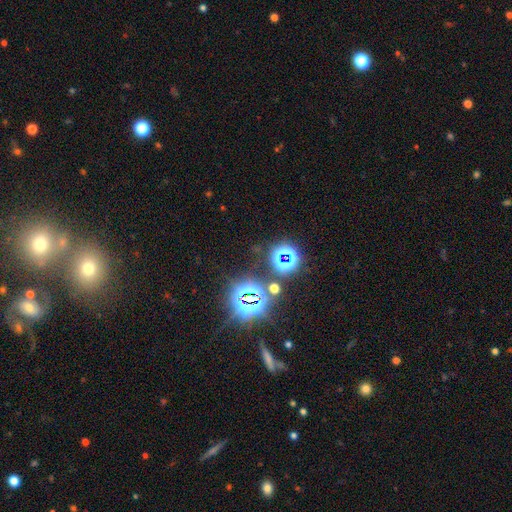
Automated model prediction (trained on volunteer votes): Smooth or featured? star or artifact (80%)